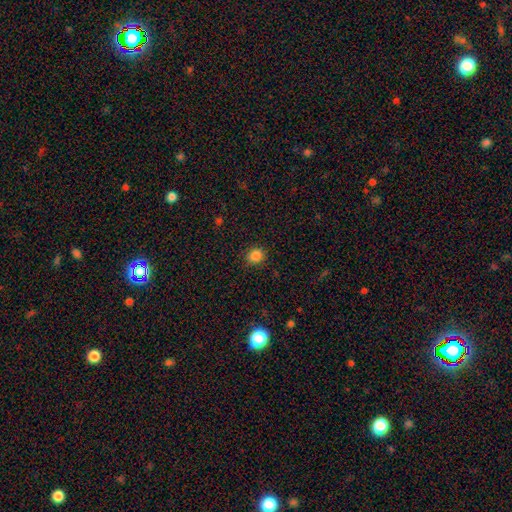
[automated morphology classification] This is clearly a smooth galaxy (84%). How rounded: likely round (77%). Merging: clearly none (88%).